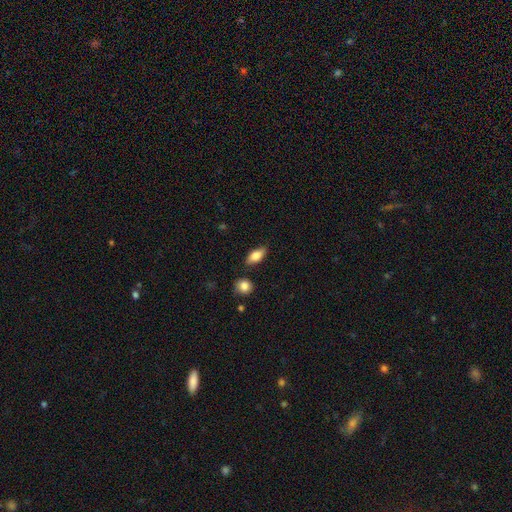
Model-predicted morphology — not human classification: Q: Smooth or featured?
A: smooth (80%); runner-up: featured or disk (13%)
Q: How rounded?
A: in between (86%); runner-up: cigar-shaped (10%)
Q: Merging?
A: none (81%); runner-up: minor disturbance (13%)